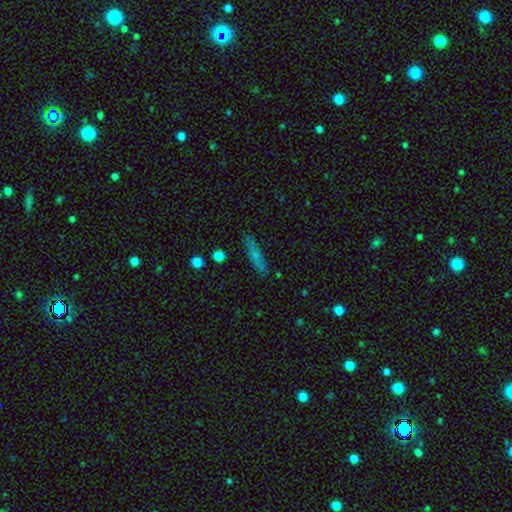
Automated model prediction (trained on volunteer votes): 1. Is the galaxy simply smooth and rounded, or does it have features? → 69% smooth, 22% featured or disk, 9% star or artifact.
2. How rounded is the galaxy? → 87% cigar-shaped, 11% in between, 2% round.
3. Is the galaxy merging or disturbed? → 86% none, 10% minor disturbance, 2% major disturbance, 2% merger.